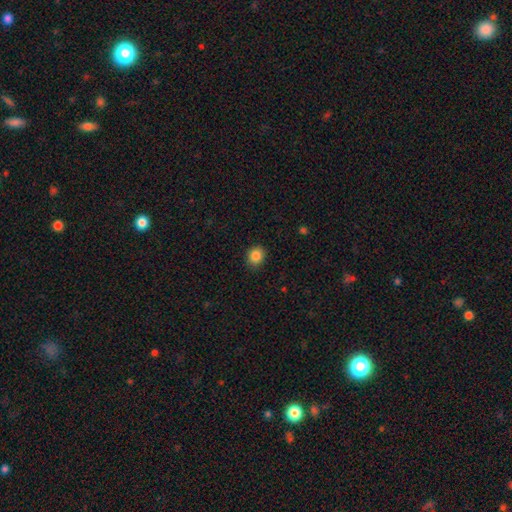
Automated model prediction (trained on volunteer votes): Q: Smooth or featured?
A: smooth (86%); runner-up: star or artifact (10%)
Q: How rounded?
A: round (74%); runner-up: in between (25%)
Q: Merging?
A: none (88%); runner-up: minor disturbance (9%)